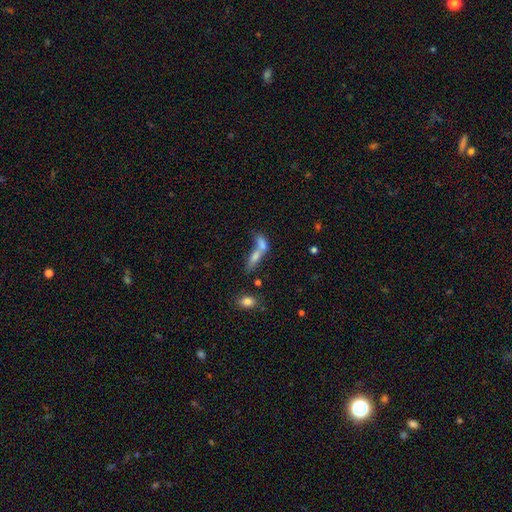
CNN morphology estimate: smooth 67%, featured or disk 22%, star or artifact 10%. Down the decision tree: how rounded — in between (52%); merging — merger (64%).